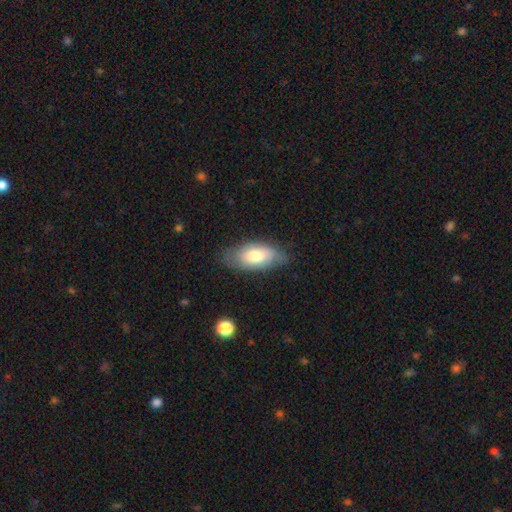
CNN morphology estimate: Overall: smooth (67%; featured or disk 27%). How rounded: in between (90%). Merging: none (71%).